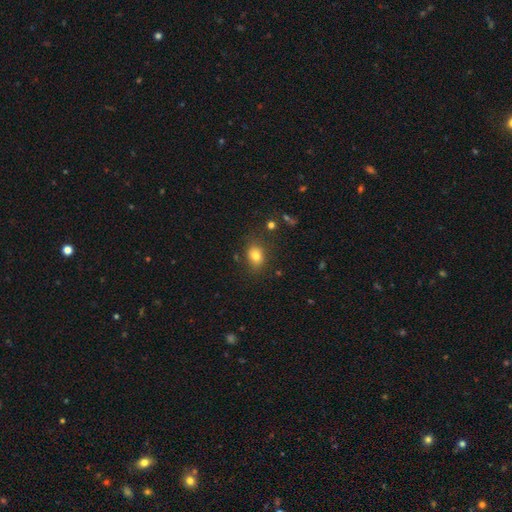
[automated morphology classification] Smooth or featured: smooth — 78% (star or artifact — 12%)
How rounded: in between — 61% (round — 38%)
Merging: none — 78% (minor disturbance — 15%)